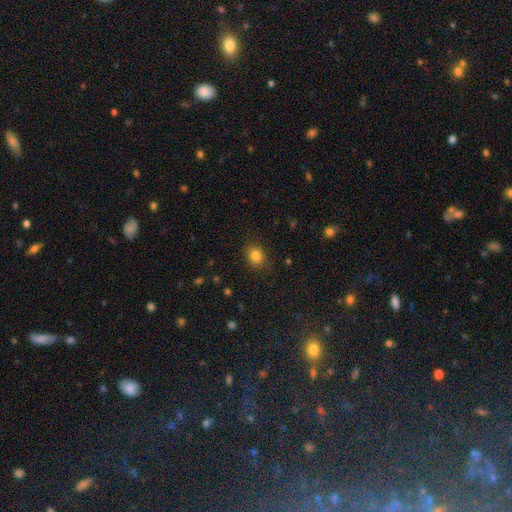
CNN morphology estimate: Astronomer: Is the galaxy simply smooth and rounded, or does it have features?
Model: smooth — 82%.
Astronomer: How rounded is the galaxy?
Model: round — 61% (runner-up: in between, 38%).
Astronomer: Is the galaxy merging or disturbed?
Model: none — 85%.